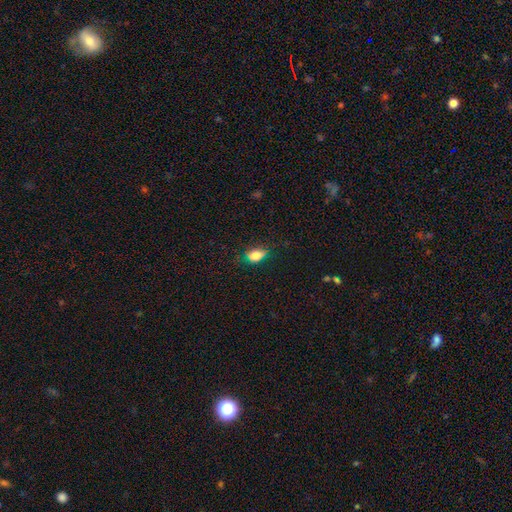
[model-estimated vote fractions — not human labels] A smooth galaxy with no disk features (79%) that is in between round and cigar-shaped (78%). Merging: none (65%).